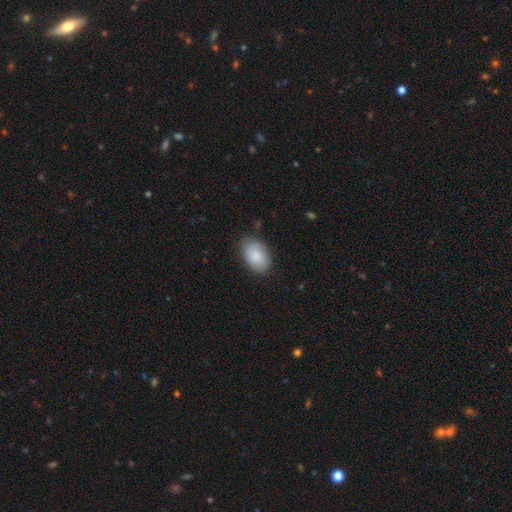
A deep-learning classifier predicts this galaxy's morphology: This is clearly a smooth galaxy (84%). How rounded: clearly in between (91%). Merging: likely none (77%).